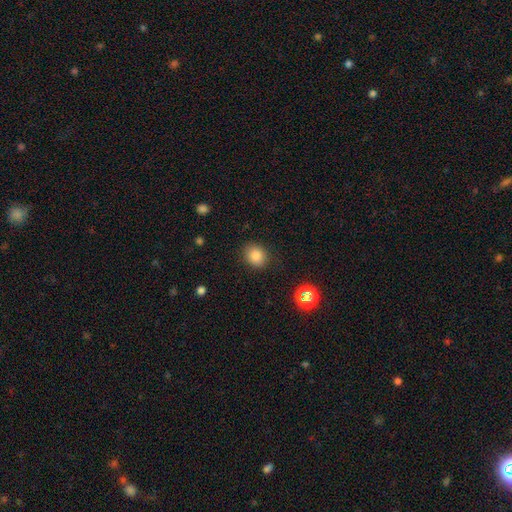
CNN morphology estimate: This is clearly a smooth galaxy (83%). How rounded: likely round (64%). Merging: clearly none (87%).